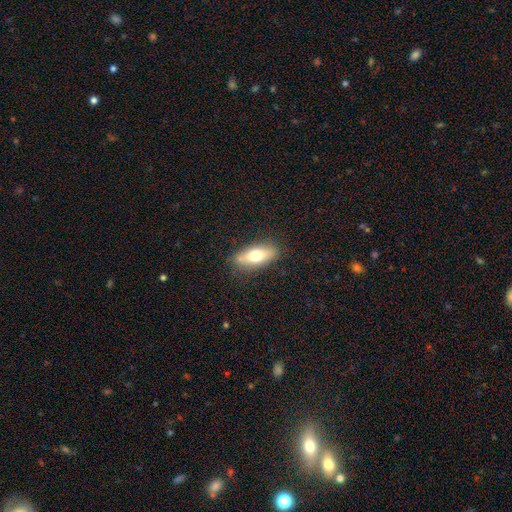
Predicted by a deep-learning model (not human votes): This is likely a smooth galaxy (67%). How rounded: likely in between (73%). Merging: clearly none (84%).